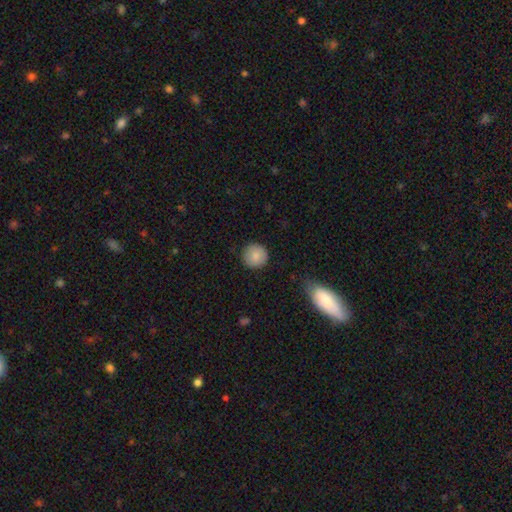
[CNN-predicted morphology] The model was most divided on "smooth or featured": smooth: 85%, star or artifact: 8%, featured or disk: 7%. More confident: how rounded — round (95%); merging — none (88%).